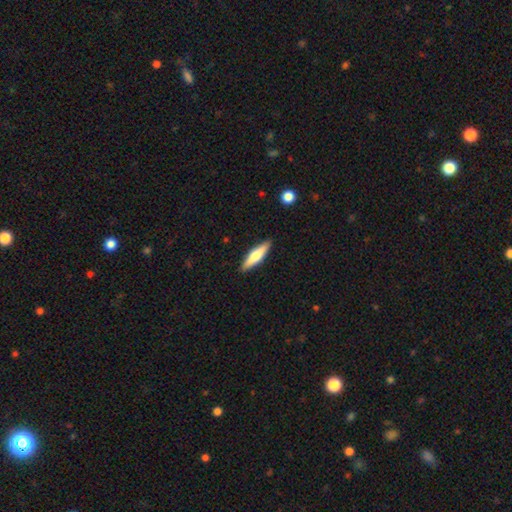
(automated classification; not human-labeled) A smooth galaxy with no disk features (60%) that is cigar-shaped (72%).

Vote fractions:
- Smooth or featured? smooth: 60% / featured or disk: 34% / star or artifact: 5%
- How rounded? cigar-shaped: 72% / in between: 26% / round: 2%
- Merging? none: 90% / minor disturbance: 8% / major disturbance: 2% / merger: 1%